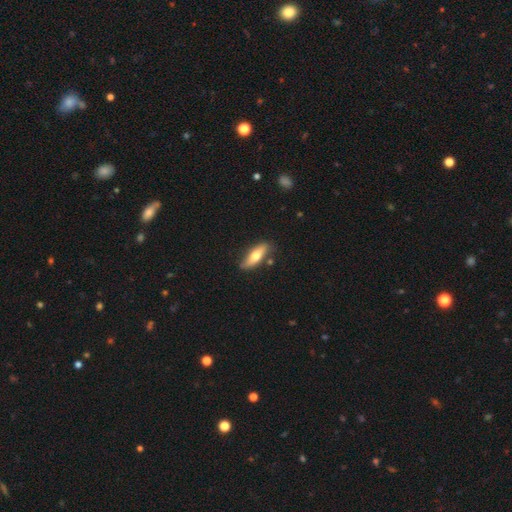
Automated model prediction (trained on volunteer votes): smooth_or_featured: smooth (p=0.60) [alt: featured or disk p=0.34]
how_rounded: in between (p=0.50) [alt: cigar-shaped p=0.48]
merging: none (p=0.80) [alt: minor disturbance p=0.14]